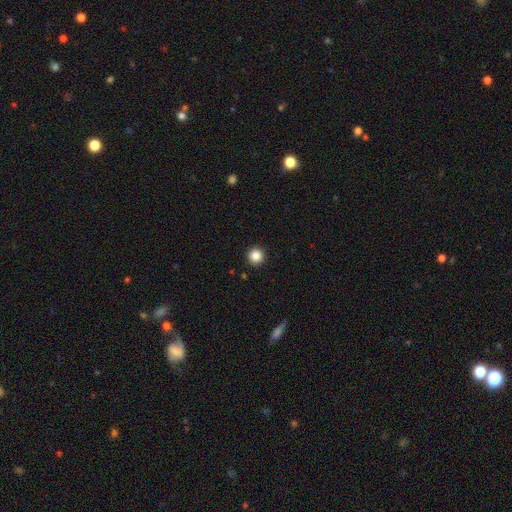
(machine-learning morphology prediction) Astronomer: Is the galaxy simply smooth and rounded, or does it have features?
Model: smooth — 85%.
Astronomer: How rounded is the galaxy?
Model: round — 96%.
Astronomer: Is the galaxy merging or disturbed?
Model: none — 93%.